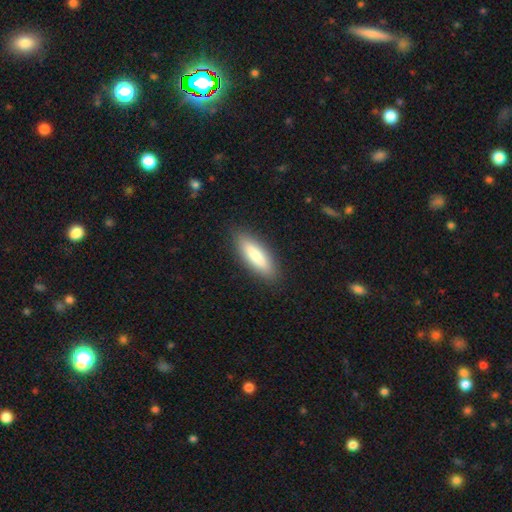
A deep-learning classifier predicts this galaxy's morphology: type=smooth (79%); roundness=in between (49%, tied with cigar-shaped); merging=none (88%).